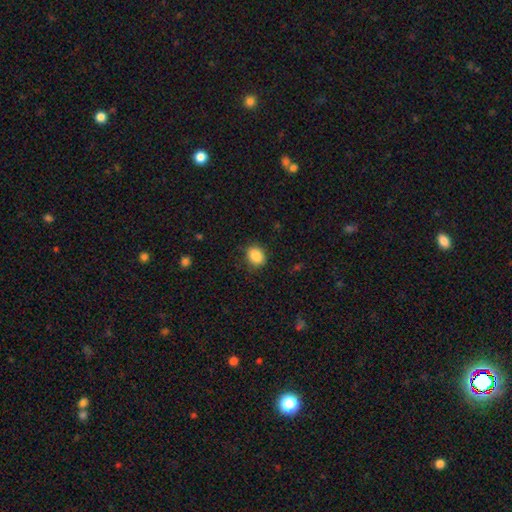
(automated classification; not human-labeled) This is clearly a smooth galaxy (87%). How rounded: likely in between (60%). Merging: clearly none (83%).